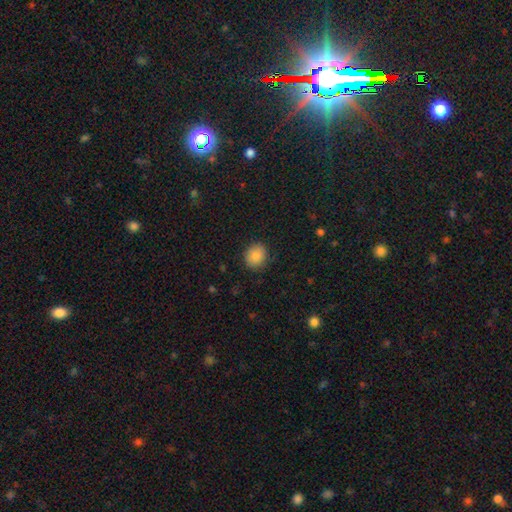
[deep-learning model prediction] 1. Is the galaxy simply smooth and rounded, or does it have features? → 85% smooth, 9% star or artifact, 6% featured or disk.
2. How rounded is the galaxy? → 71% round, 28% in between, 1% cigar-shaped.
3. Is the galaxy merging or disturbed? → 86% none, 10% minor disturbance, 3% major disturbance, 1% merger.